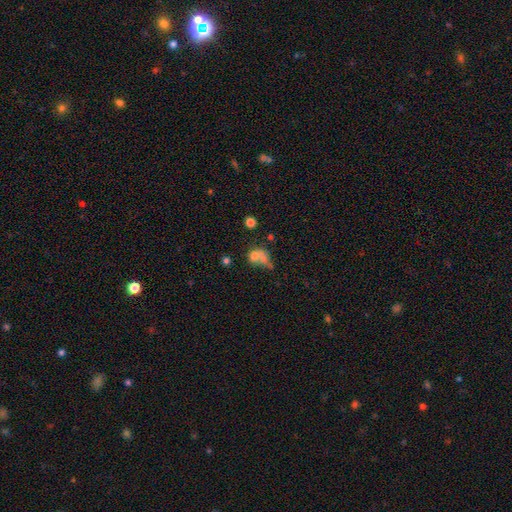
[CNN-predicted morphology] The model was most divided on "how rounded": round: 50%, in between: 48%, cigar-shaped: 2%. Remaining: smooth or featured — smooth (62%); merging — merger (42%).